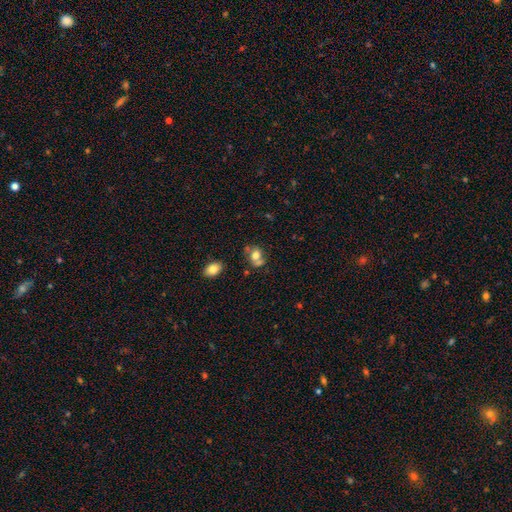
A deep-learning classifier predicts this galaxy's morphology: The model was most divided on "how rounded": in between: 51%, round: 47%, cigar-shaped: 1%. Remaining: smooth or featured — smooth (65%); merging — none (48%).